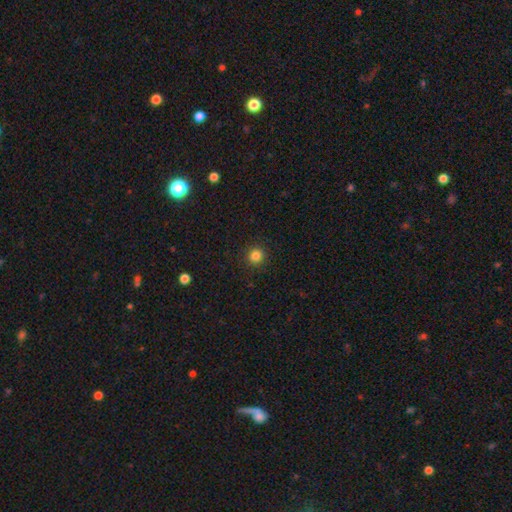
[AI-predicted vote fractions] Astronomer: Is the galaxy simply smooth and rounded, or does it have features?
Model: smooth — 83%.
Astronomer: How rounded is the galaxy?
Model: round — 94%.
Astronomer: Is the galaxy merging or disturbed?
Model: none — 92%.